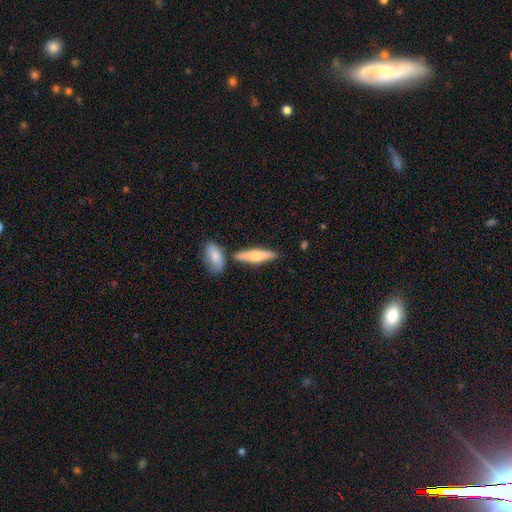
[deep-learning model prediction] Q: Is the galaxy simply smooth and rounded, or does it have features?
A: smooth — 55%.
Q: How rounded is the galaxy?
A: cigar-shaped — 75%.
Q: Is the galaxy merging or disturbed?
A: none — 76%.